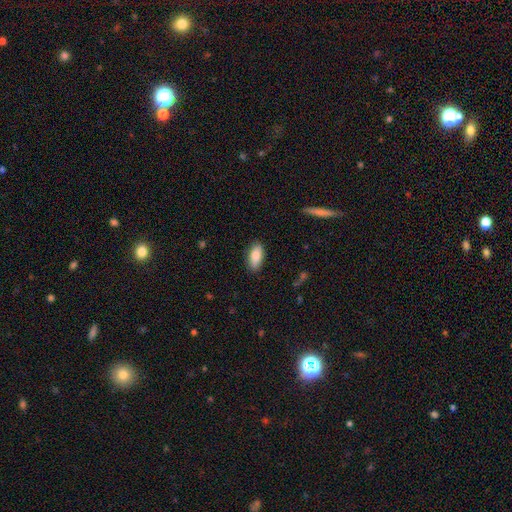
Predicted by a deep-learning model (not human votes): smooth 85%, featured or disk 9%, star or artifact 6%. Down the decision tree: how rounded — in between (89%); merging — none (86%).